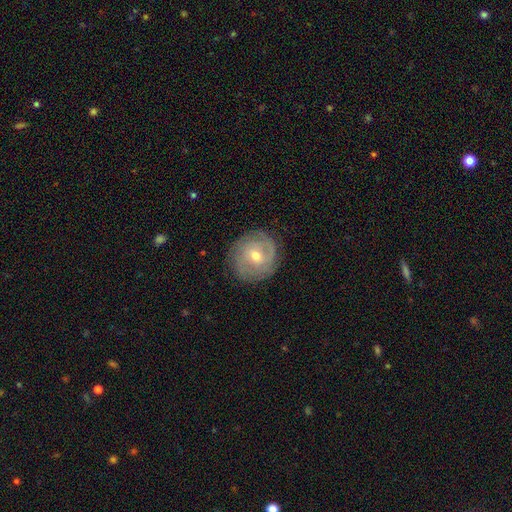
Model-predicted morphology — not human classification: type=featured or disk (66%); edge-on=no (97%); bar=no (59%); spiral arms=yes (83%); winding=tight (64%); arm count=can't tell (38%); bulge=moderate (57%); merging=none (82%).